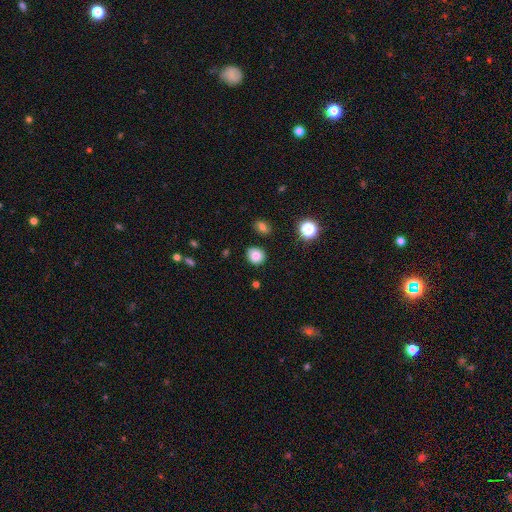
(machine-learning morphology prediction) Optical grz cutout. It shows a smooth galaxy with no disk features (83%) that is round (83%). Merging: none (85%).